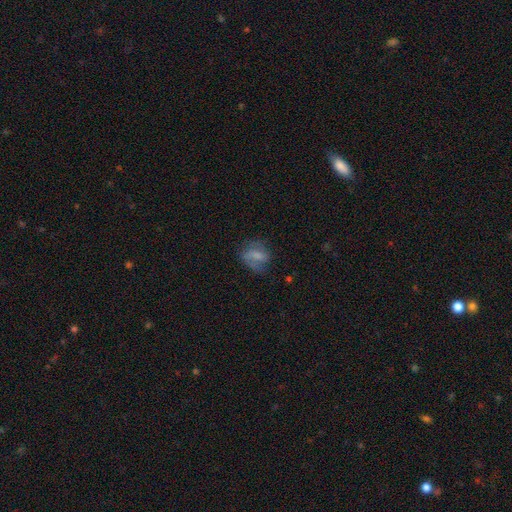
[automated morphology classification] smooth 56%, featured or disk 34%, star or artifact 10%. Down the decision tree: how rounded — in between (64%); merging — none (46%).